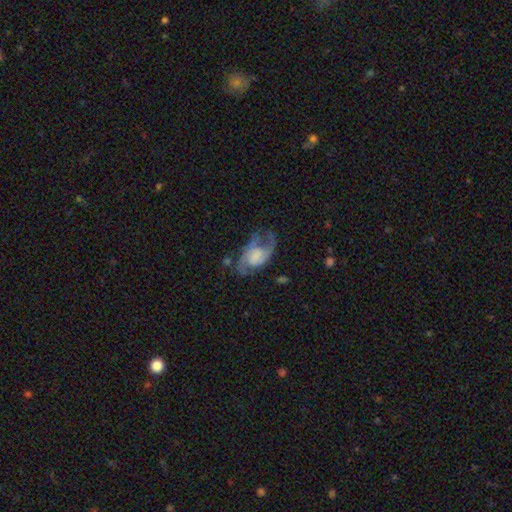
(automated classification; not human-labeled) The model was most divided on "bar": no: 53%, weak: 38%, strong: 9%. Remaining: edge-on disk — no (97%); spiral arms — yes (95%); spiral arm count — 2 (83%); smooth or featured — featured or disk (83%); merging — none (59%); spiral winding — medium (52%); bulge size — none (38%).